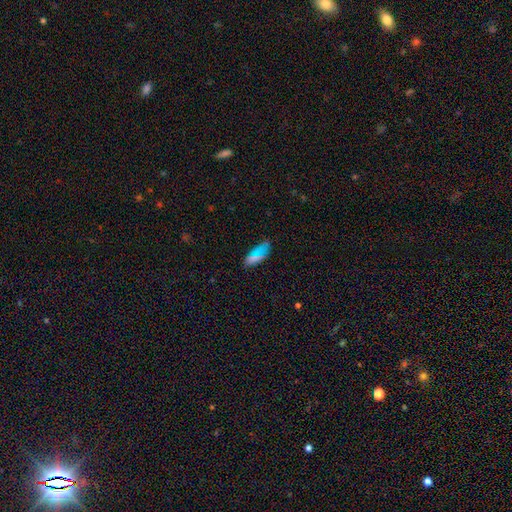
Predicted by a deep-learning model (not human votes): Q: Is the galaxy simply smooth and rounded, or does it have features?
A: smooth — 68%.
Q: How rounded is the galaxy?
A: in between — 78%.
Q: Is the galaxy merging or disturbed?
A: none — 68%.